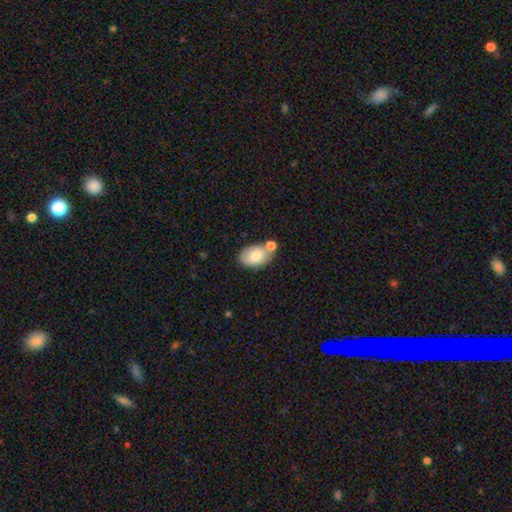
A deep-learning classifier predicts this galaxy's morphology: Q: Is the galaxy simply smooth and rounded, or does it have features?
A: smooth — 79%.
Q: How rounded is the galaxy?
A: in between — 89%.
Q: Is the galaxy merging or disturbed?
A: none — 52%.